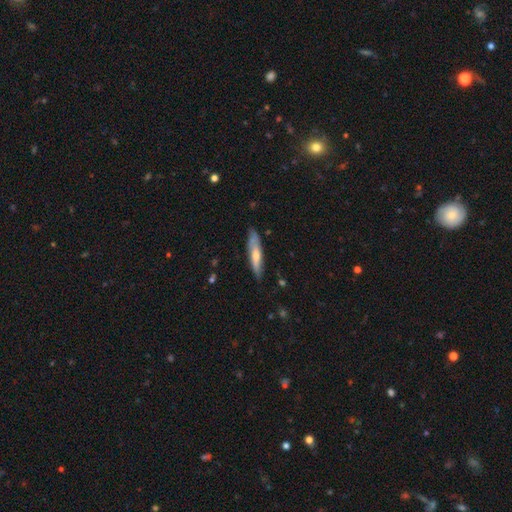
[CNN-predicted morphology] Overall: smooth (49%; featured or disk 45%). Merging: none (79%).